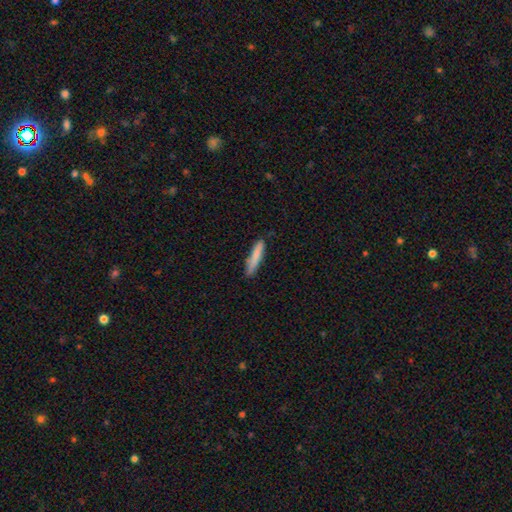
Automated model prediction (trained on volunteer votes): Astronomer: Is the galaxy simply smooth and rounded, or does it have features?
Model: smooth — 80%.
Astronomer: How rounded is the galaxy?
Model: cigar-shaped — 89%.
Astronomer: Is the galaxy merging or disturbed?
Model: none — 81%.